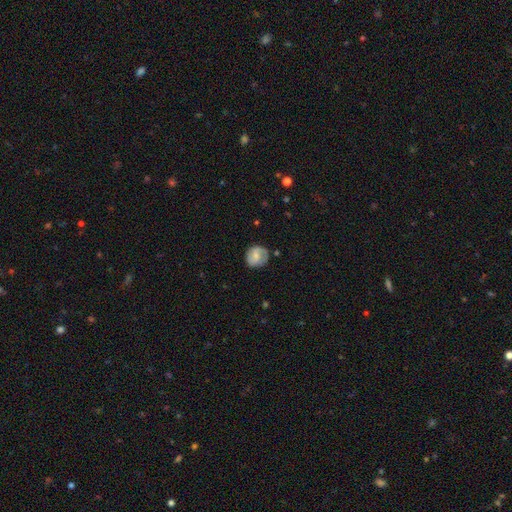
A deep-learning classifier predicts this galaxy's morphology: Smooth or featured?
  - featured or disk: 47% *
  - smooth: 45%
  - star or artifact: 7%
Merging?
  - none: 73% *
  - minor disturbance: 20%
  - major disturbance: 5%
  - merger: 2%